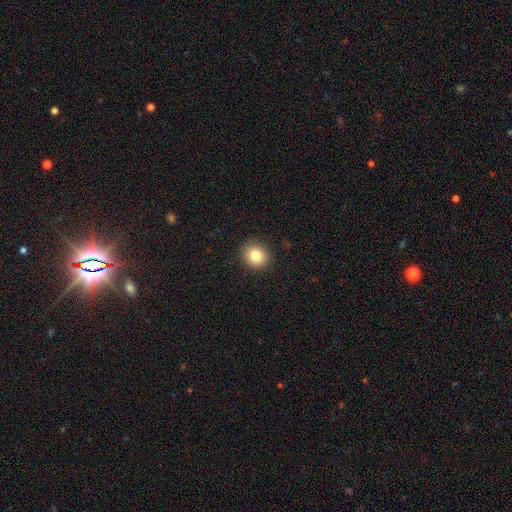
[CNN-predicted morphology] This appears to be a smooth galaxy with no disk features (83%) that is round (84%). Merging: none (91%).